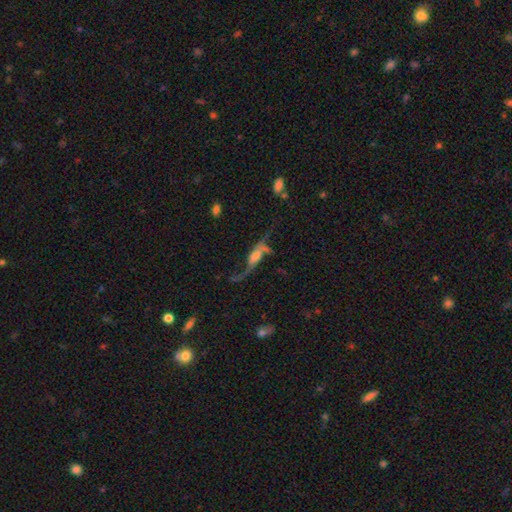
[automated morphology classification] A featured or disk galaxy (71%) with no bar (53%), spiral arms (83%) and a moderate central bulge (28%). Merging: none (39%).